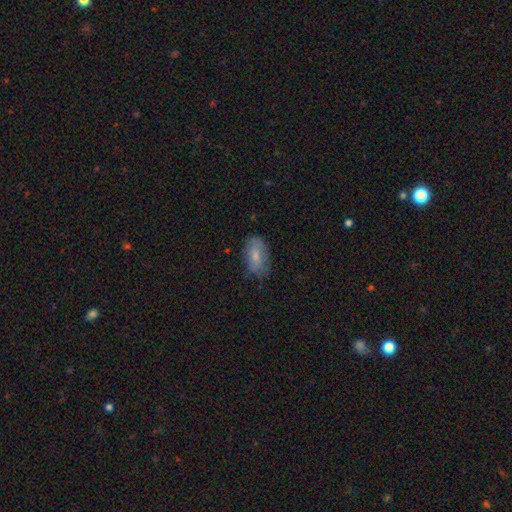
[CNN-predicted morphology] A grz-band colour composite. It shows a smooth galaxy with no disk features (72%) that is in between round and cigar-shaped (91%). Merging: none (72%).